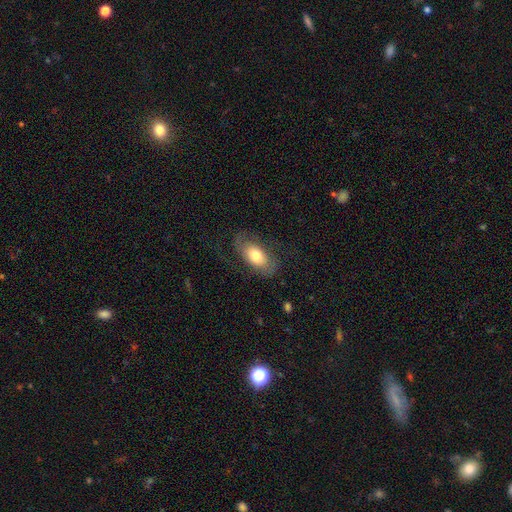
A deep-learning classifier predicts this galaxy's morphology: This is possibly a smooth galaxy (53%). How rounded: clearly in between (91%). Merging: likely none (65%).